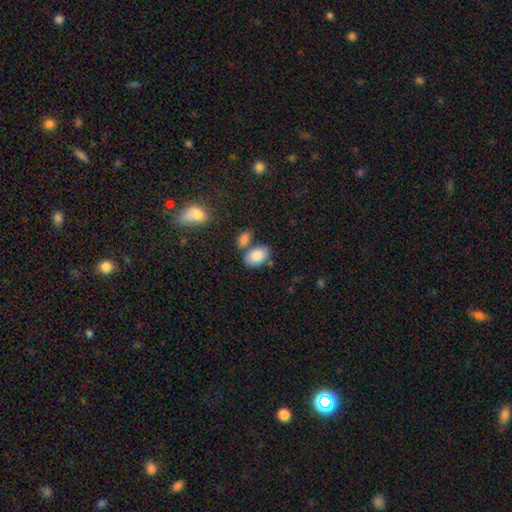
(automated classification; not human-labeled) Morphology: type=smooth (85%); roundness=in between (89%); merging=none (60%).